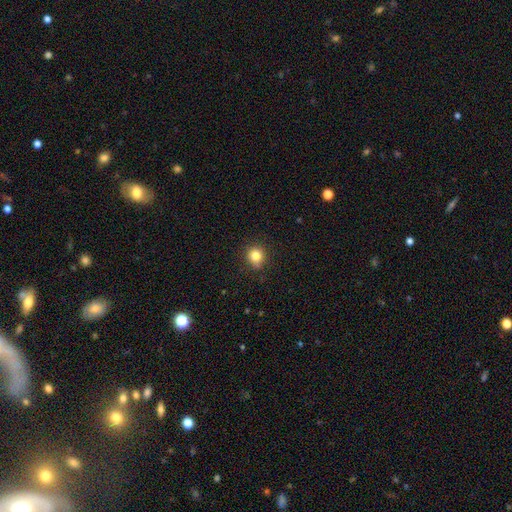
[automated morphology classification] Overall: smooth (81%). How rounded: round (83%). Merging: none (81%).